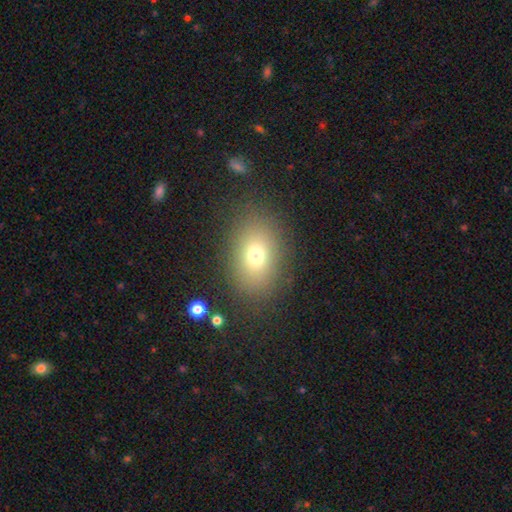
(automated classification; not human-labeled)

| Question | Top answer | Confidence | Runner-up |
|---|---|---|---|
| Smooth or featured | smooth | 73% | star or artifact (14%) |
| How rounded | in between | 74% | round (24%) |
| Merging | none | 83% | minor disturbance (10%) |